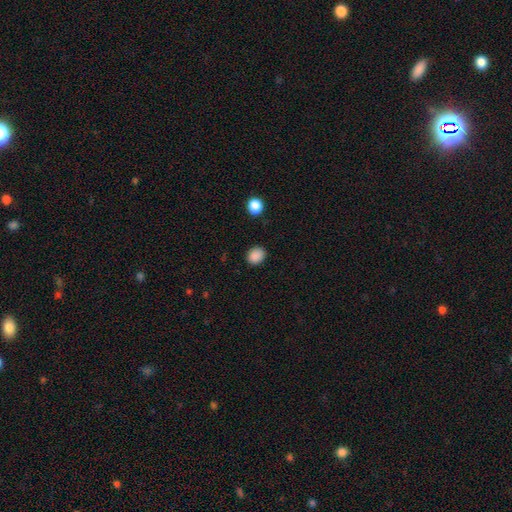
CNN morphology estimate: smooth 88%, star or artifact 10%, featured or disk 3%. Down the decision tree: how rounded — round (53%); merging — none (87%).